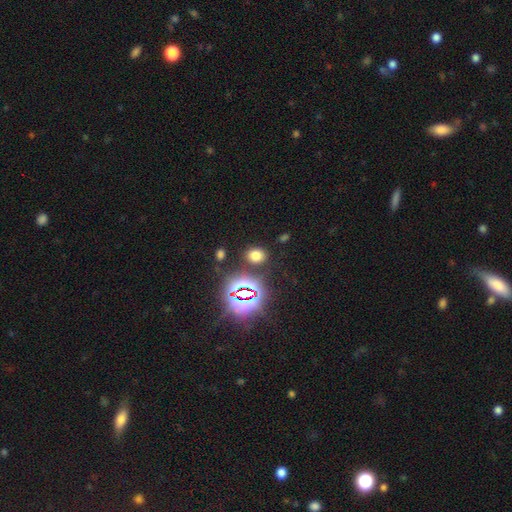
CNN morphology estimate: The model was most divided on "how rounded": round: 50%, in between: 49%, cigar-shaped: 1%. More confident: merging — none (84%); smooth or featured — smooth (65%).